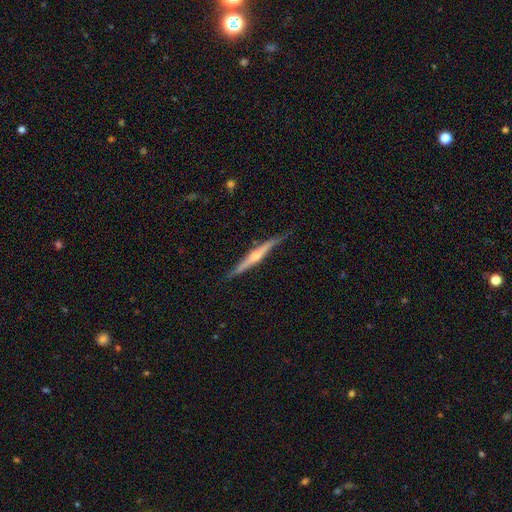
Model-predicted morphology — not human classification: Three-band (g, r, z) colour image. It shows a featured or disk galaxy (75%) viewed edge-on (97%) with a rounded central bulge (84%). Merging: none (82%).